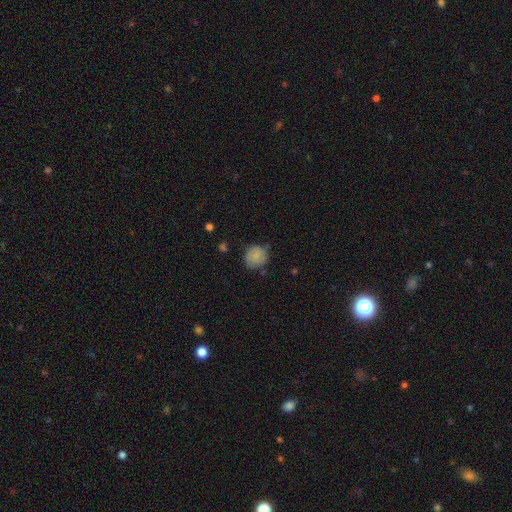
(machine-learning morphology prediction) This appears to be a smooth galaxy with no disk features (69%) that is round (81%). Merging: none (68%).